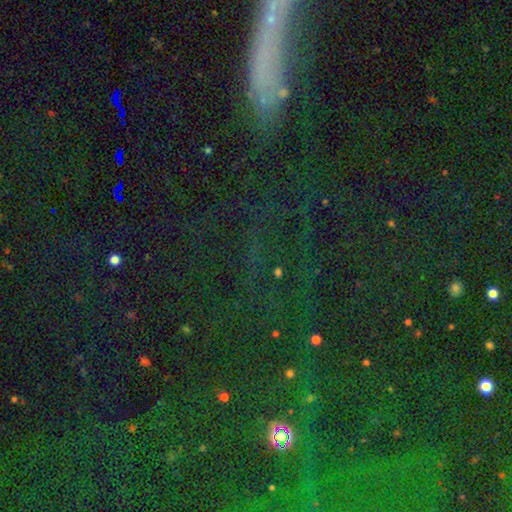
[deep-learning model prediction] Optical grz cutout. It shows a star or artifact, not a galaxy (72%).